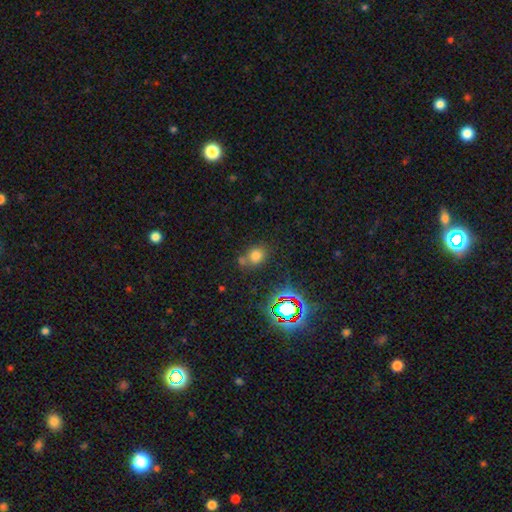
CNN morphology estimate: Q: Smooth or featured?
A: smooth (69%); runner-up: star or artifact (23%)
Q: How rounded?
A: round (65%); runner-up: in between (34%)
Q: Merging?
A: none (62%); runner-up: merger (18%)